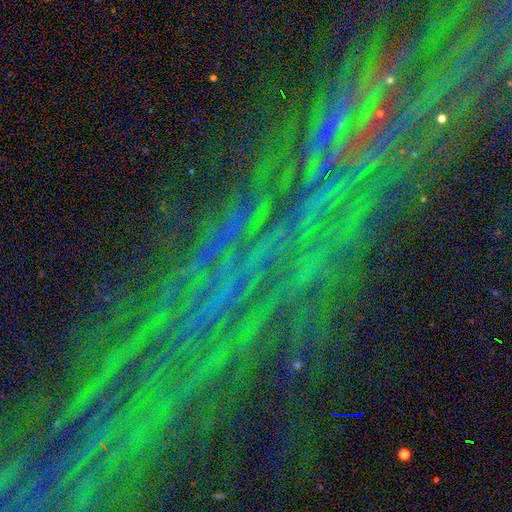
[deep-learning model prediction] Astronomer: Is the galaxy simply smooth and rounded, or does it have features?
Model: star or artifact — 83%.